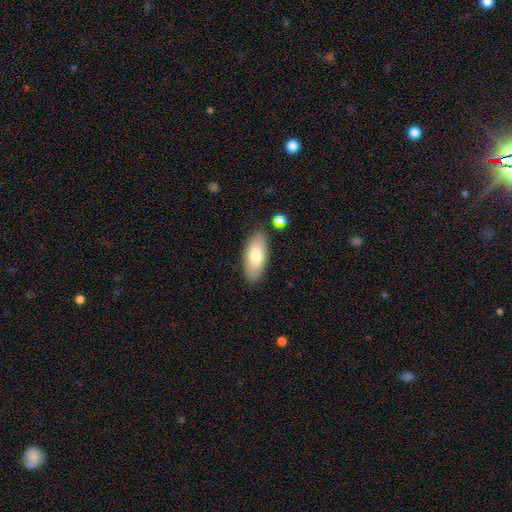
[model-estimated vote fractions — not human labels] This is likely a smooth galaxy (76%). How rounded: clearly in between (85%). Merging: clearly none (84%).